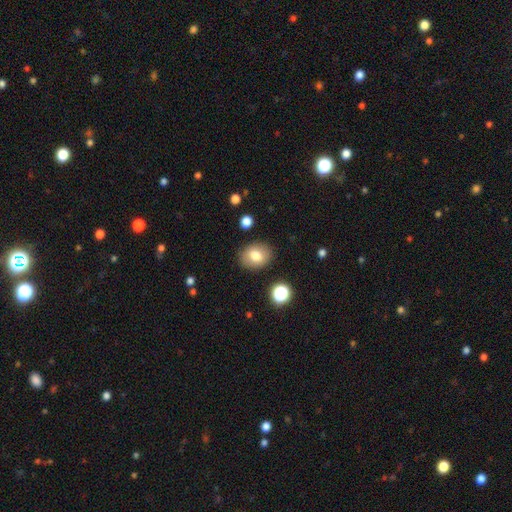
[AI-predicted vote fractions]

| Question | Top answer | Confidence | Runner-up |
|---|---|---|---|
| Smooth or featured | smooth | 77% | featured or disk (13%) |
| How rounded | in between | 54% | round (45%) |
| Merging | none | 86% | minor disturbance (9%) |